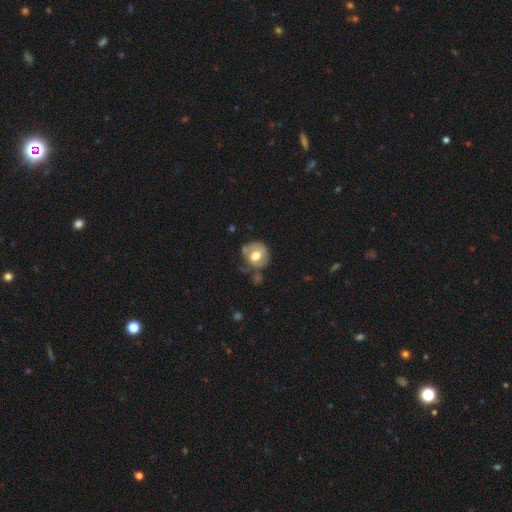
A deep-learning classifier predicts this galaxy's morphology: smooth-or-featured: smooth: 55% | featured or disk: 38% | star or artifact: 7%
  how-rounded: round: 78% | in between: 21% | cigar-shaped: 1%
  merging: none: 54% | minor disturbance: 26% | major disturbance: 11% | merger: 9%